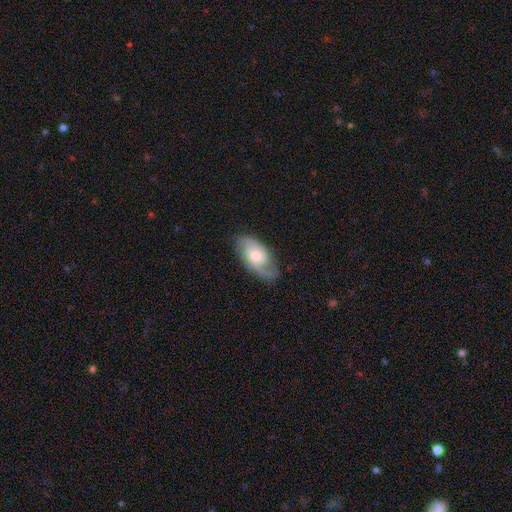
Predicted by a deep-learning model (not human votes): smooth_or_featured: featured or disk (p=0.69) [alt: smooth p=0.25]
disk_edge_on: no (p=0.94) [alt: yes p=0.06]
bar: no (p=0.67) [alt: weak p=0.28]
has_spiral_arms: yes (p=0.91) [alt: no p=0.09]
spiral_winding: medium (p=0.45) [alt: loose p=0.30]
spiral_arm_count: 2 (p=0.68) [alt: 1 p=0.13]
bulge_size: moderate (p=0.51) [alt: small p=0.39]
merging: none (p=0.70) [alt: minor disturbance p=0.19]